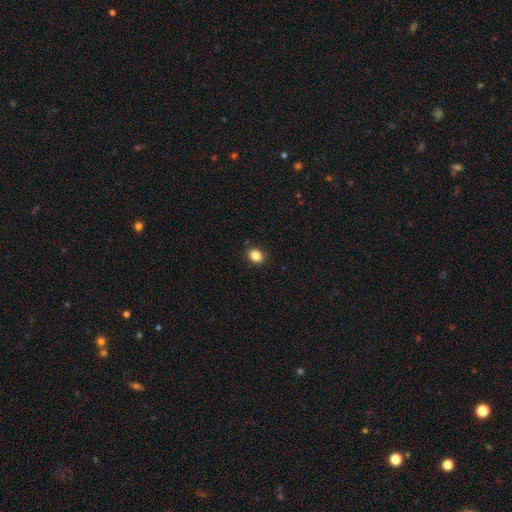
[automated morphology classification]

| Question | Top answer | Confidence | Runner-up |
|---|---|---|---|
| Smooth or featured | smooth | 85% | star or artifact (10%) |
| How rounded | round | 54% | in between (45%) |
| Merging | none | 89% | minor disturbance (8%) |